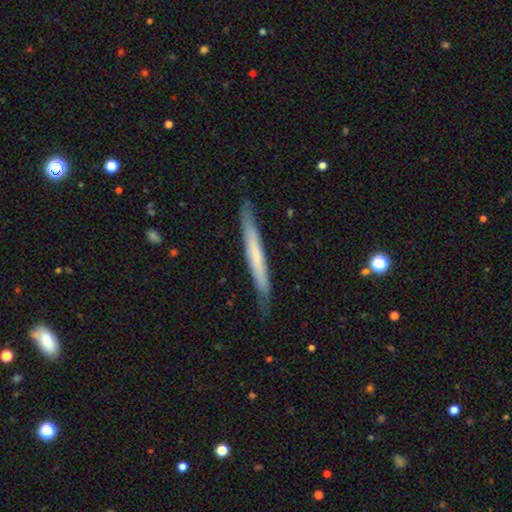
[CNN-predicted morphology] This appears to be a smooth galaxy with no disk features (49%). Merging: none (85%).